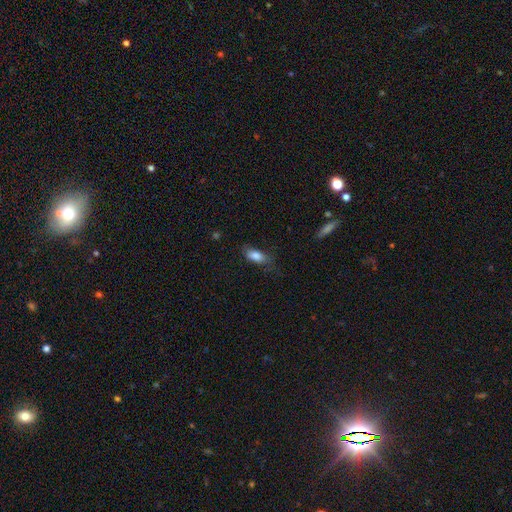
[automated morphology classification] smooth 82%, featured or disk 10%, star or artifact 8%. Down the decision tree: how rounded — in between (83%); merging — none (65%).